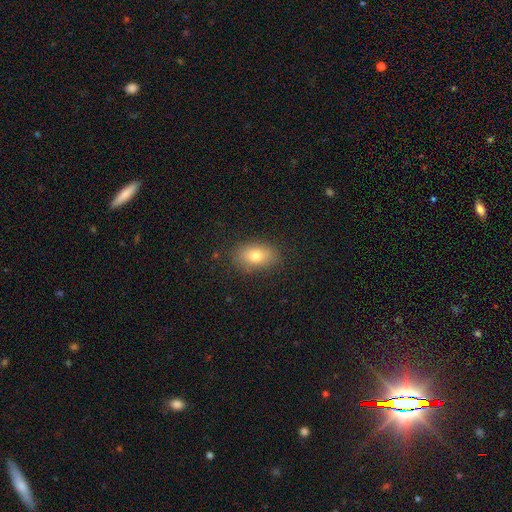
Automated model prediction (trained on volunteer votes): The model was most divided on "smooth or featured": smooth: 77%, featured or disk: 14%, star or artifact: 10%. More confident: how rounded — in between (84%); merging — none (84%).